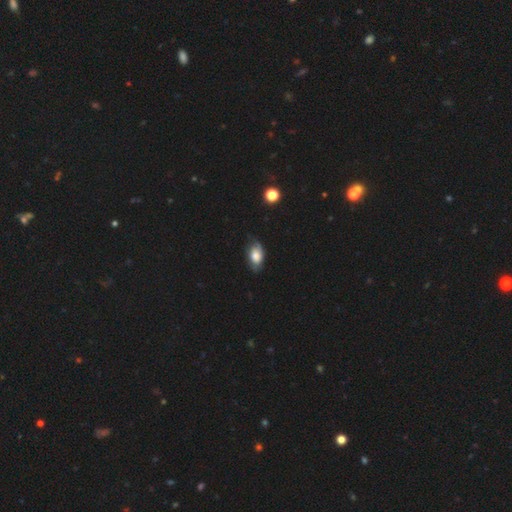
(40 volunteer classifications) Overall: smooth (90%). How rounded: in between (94%). Merging: none (67%).